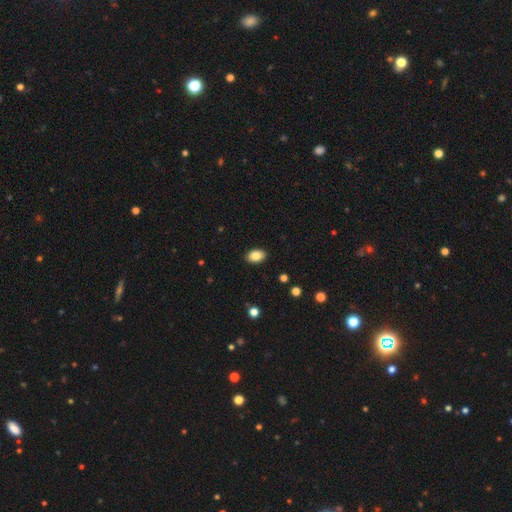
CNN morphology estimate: smooth 85%, star or artifact 8%, featured or disk 7%. Down the decision tree: how rounded — in between (84%); merging — none (90%).